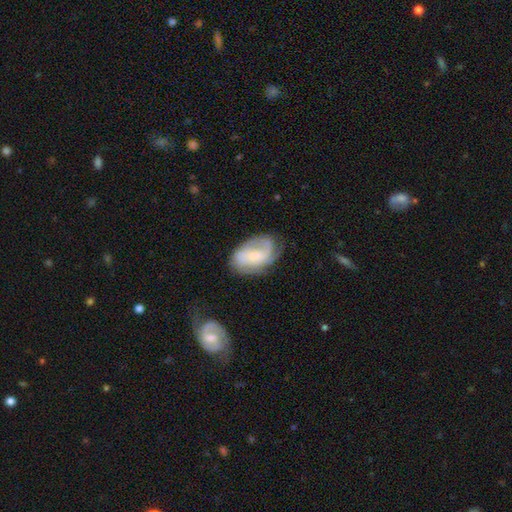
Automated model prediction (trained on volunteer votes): The model was most divided on "spiral winding": medium: 42%, tight: 36%, loose: 22%. Remaining: edge-on disk — no (97%); spiral arms — yes (91%); smooth or featured — featured or disk (71%); merging — none (60%); bulge size — small (56%); bar — no (50%); spiral arm count — 2 (41%).